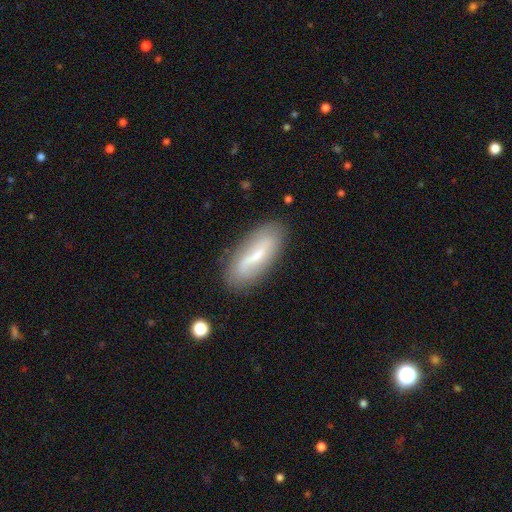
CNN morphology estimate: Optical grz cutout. It shows a featured or disk galaxy (50%). Merging: none (80%).